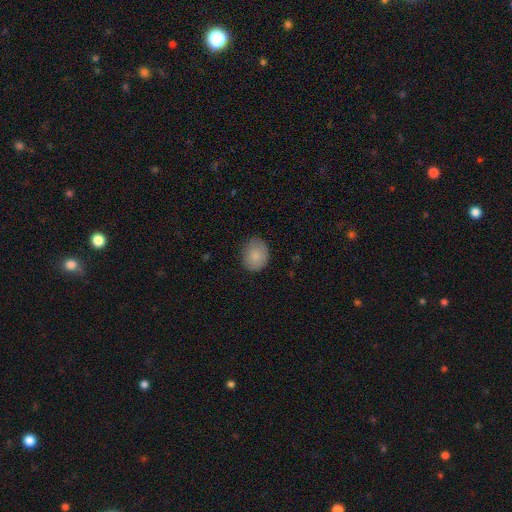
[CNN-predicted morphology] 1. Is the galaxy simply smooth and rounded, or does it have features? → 84% smooth, 9% featured or disk, 7% star or artifact.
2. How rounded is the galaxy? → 57% round, 42% in between, 1% cigar-shaped.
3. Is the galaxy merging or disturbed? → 75% none, 20% minor disturbance, 4% major disturbance, 1% merger.